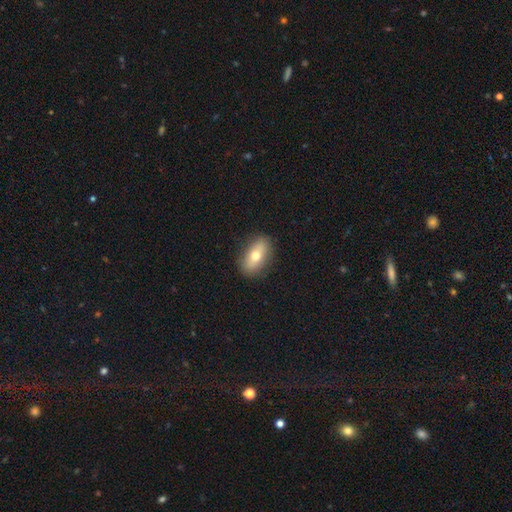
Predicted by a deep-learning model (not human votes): Smooth or featured?
  - smooth: 68% *
  - featured or disk: 25%
  - star or artifact: 7%
How rounded?
  - in between: 84% *
  - cigar-shaped: 8%
  - round: 8%
Merging?
  - none: 87% *
  - minor disturbance: 10%
  - major disturbance: 3%
  - merger: 1%